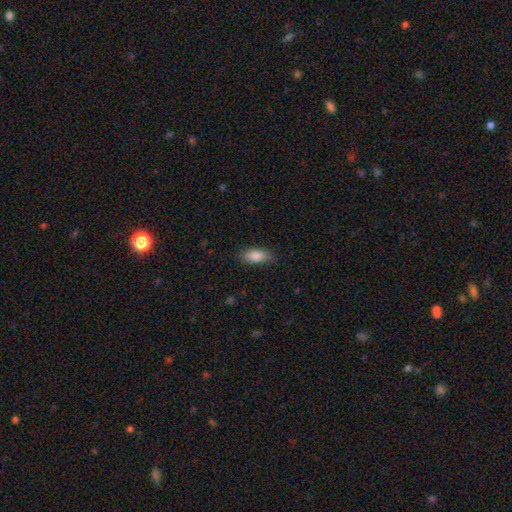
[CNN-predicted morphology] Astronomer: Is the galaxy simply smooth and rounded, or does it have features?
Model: smooth — 87%.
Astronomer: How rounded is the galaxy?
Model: in between — 86%.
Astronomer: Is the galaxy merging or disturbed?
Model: none — 83%.